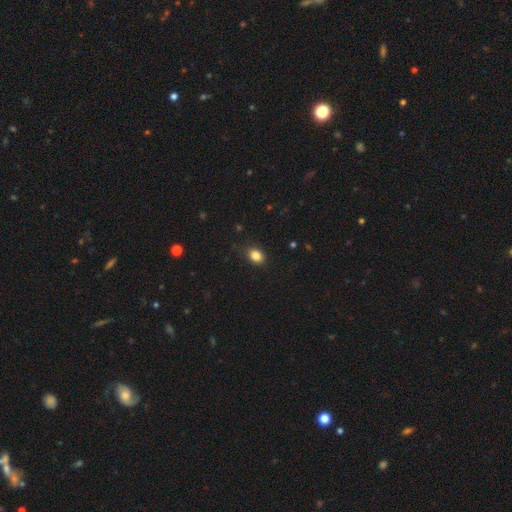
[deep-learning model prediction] Overall: smooth (84%). How rounded: in between (55%; round 44%). Merging: none (84%).